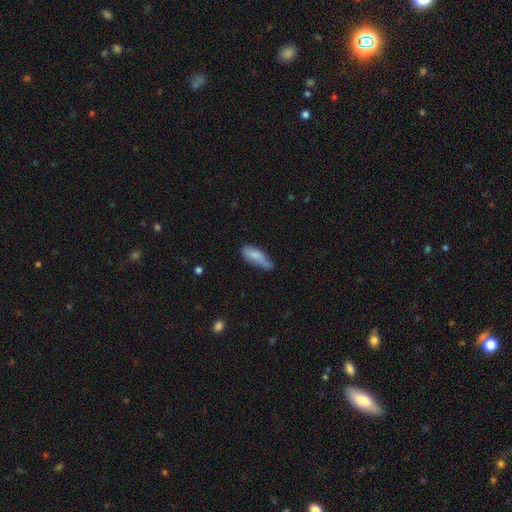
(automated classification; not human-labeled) Morphology: type=smooth (75%); roundness=in between (63%); merging=minor disturbance (41%).